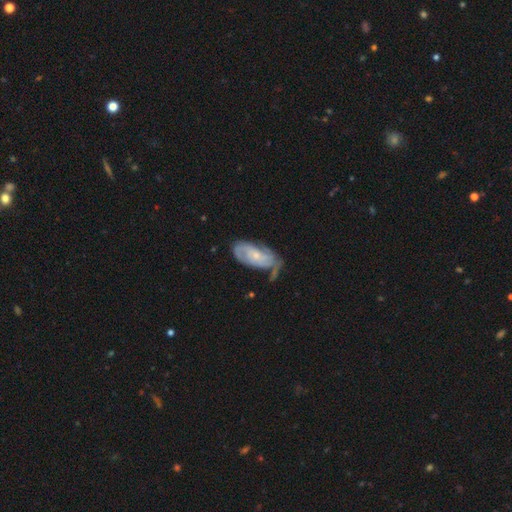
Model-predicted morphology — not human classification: This is likely a featured or disk galaxy (68%). It is clearly not viewed edge-on (94%). Bar: likely no (69%). Spiral arm pattern: clearly yes (86%). Spiral arm count: possibly 2 (45%). Spiral winding: possibly tight (52%). Central bulge: likely small (67%). Merging: possibly none (50%).